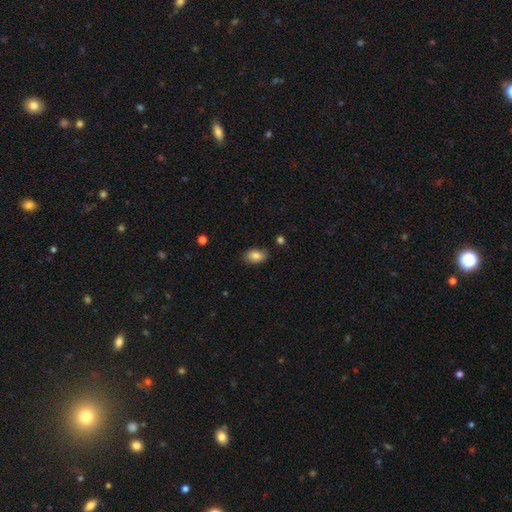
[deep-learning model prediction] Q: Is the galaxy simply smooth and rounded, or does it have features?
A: smooth — 84%.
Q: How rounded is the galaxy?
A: in between — 89%.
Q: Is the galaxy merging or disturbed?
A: none — 82%.